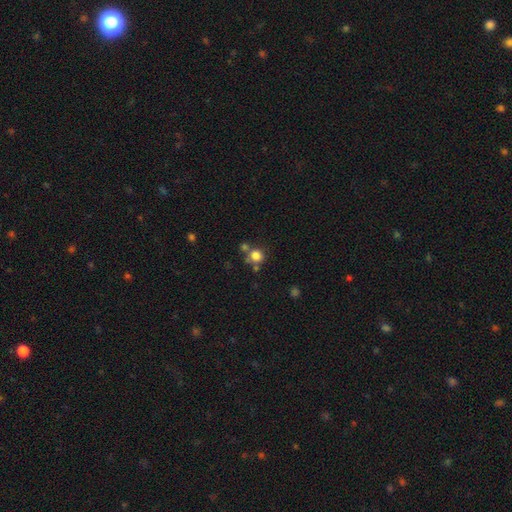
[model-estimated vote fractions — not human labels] A smooth galaxy with no disk features (80%) that is round (88%).

Vote fractions:
- Smooth or featured? smooth: 80% / star or artifact: 13% / featured or disk: 7%
- How rounded? round: 88% / in between: 11% / cigar-shaped: 1%
- Merging? none: 62% / merger: 23% / minor disturbance: 11% / major disturbance: 5%